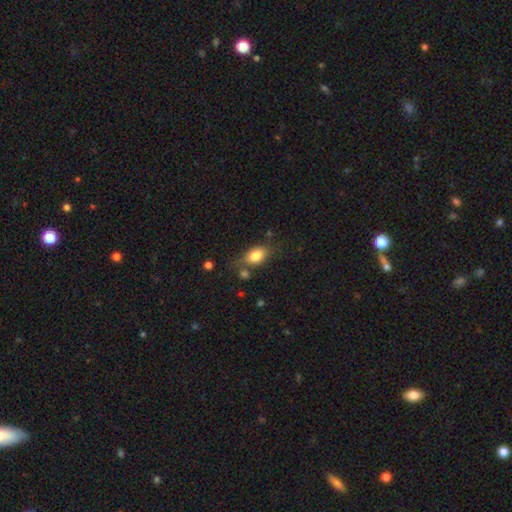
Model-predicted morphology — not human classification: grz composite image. It shows a smooth galaxy with no disk features (82%) that is in between round and cigar-shaped (83%). Merging: none (67%).